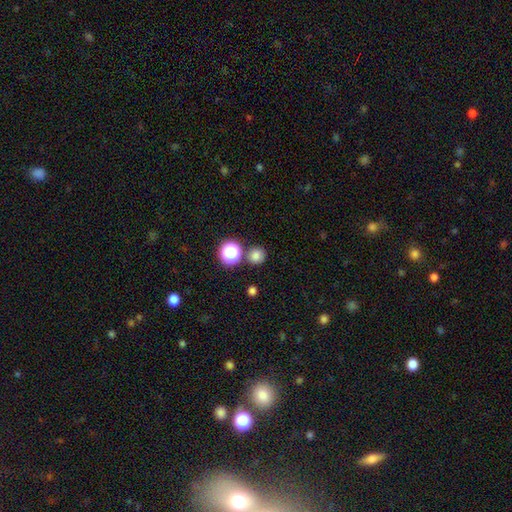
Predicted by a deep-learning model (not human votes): Smooth or featured? smooth (78%)
How rounded? round (90%)
Merging? none (79%)